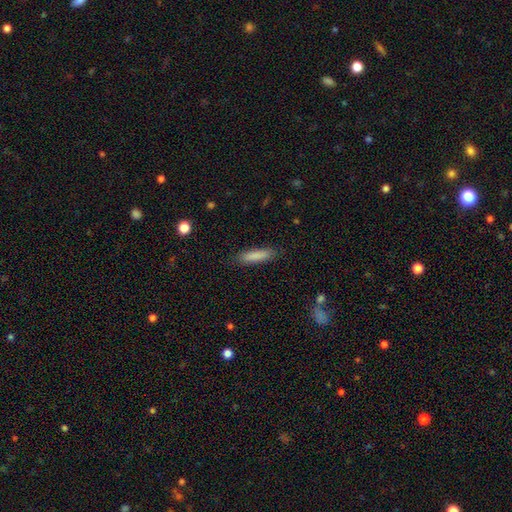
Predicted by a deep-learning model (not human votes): Smooth or featured?
  - smooth: 85% *
  - featured or disk: 9%
  - star or artifact: 7%
How rounded?
  - cigar-shaped: 79% *
  - in between: 20%
  - round: 1%
Merging?
  - none: 88% *
  - minor disturbance: 9%
  - major disturbance: 2%
  - merger: 1%